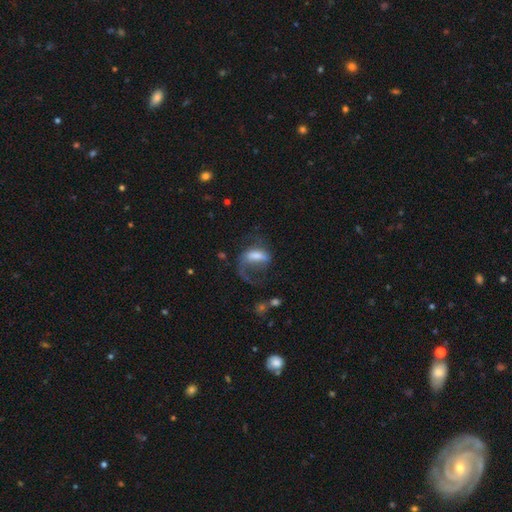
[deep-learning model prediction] The model was most divided on "bar": weak: 38%, strong: 33%, no: 29%. Remaining: edge-on disk — no (94%); spiral arms — yes (77%); smooth or featured — featured or disk (58%); merging — major disturbance (52%); bulge size — moderate (38%).